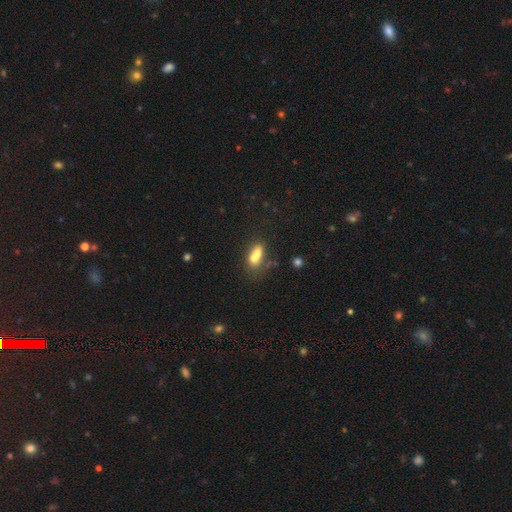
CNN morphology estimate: Q: Smooth or featured?
A: smooth (72%); runner-up: featured or disk (16%)
Q: How rounded?
A: in between (73%); runner-up: cigar-shaped (19%)
Q: Merging?
A: none (36%); runner-up: merger (34%)